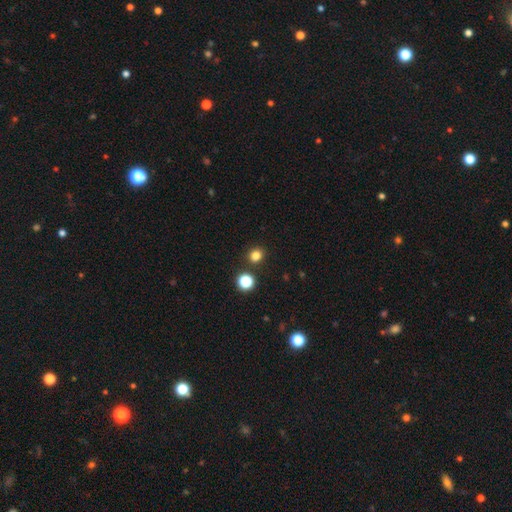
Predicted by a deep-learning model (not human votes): Q: Smooth or featured?
A: smooth (80%); runner-up: star or artifact (16%)
Q: How rounded?
A: round (84%); runner-up: in between (15%)
Q: Merging?
A: none (88%); runner-up: minor disturbance (6%)